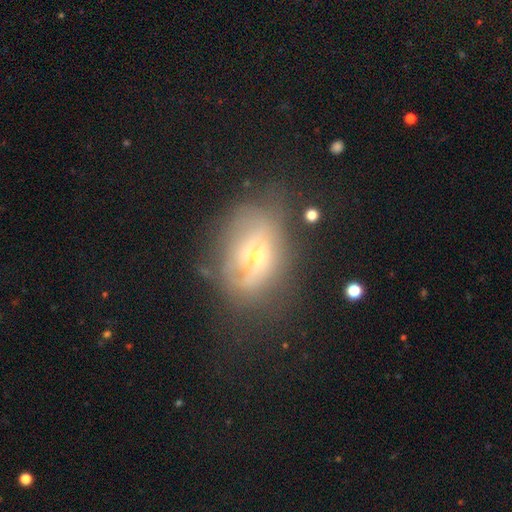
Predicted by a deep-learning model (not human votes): featured or disk 57%, smooth 32%, star or artifact 12%. Down the decision tree: edge-on disk — no (88%); bar — no (74%); spiral arms — no (59%); bulge size — small (63%); merging — none (44%).